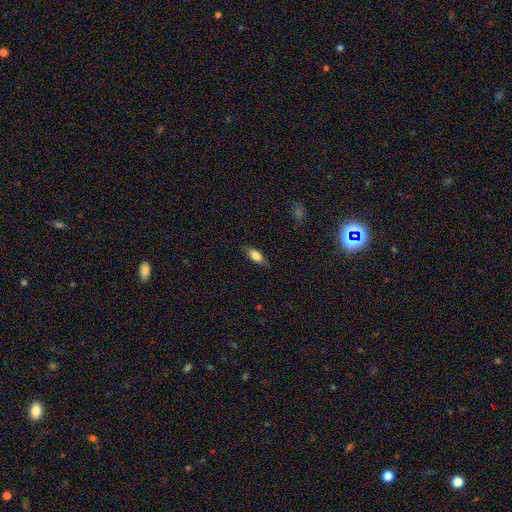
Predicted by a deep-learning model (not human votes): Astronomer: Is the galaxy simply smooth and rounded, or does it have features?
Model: smooth — 78%.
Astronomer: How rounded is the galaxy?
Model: in between — 77%.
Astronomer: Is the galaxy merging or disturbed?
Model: none — 83%.